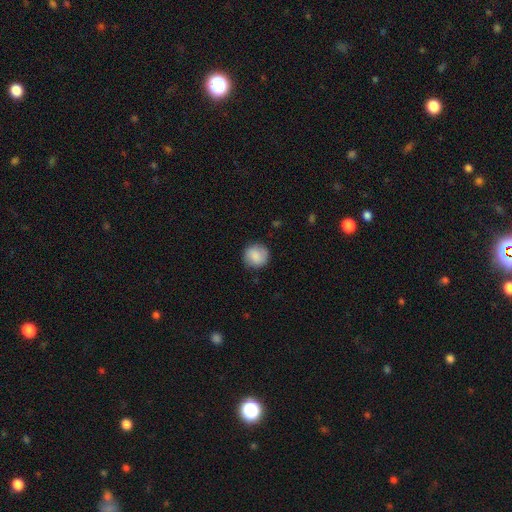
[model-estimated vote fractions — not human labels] A smooth galaxy with no disk features (83%) that is round (90%).

Vote fractions:
- Smooth or featured? smooth: 83% / featured or disk: 10% / star or artifact: 7%
- How rounded? round: 90% / in between: 9% / cigar-shaped: 1%
- Merging? none: 85% / minor disturbance: 11% / major disturbance: 3% / merger: 1%